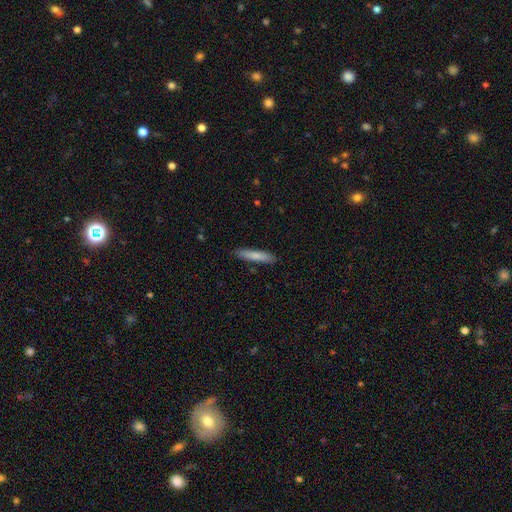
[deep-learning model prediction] Smooth or featured: smooth — 79% (featured or disk — 15%)
How rounded: cigar-shaped — 90% (in between — 9%)
Merging: none — 88% (minor disturbance — 9%)